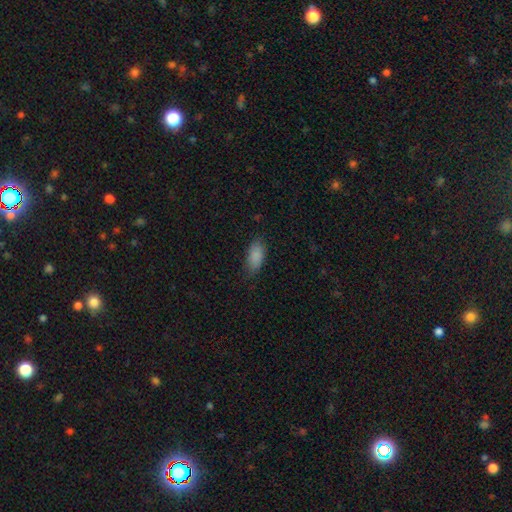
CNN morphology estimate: A smooth galaxy with no disk features (87%) that is in between round and cigar-shaped (89%). Merging: none (76%).